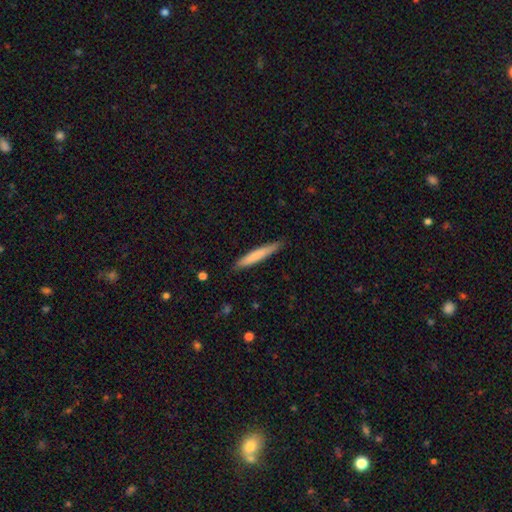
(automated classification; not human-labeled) This appears to be a smooth galaxy with no disk features (71%) that is cigar-shaped (94%). Merging: none (87%).